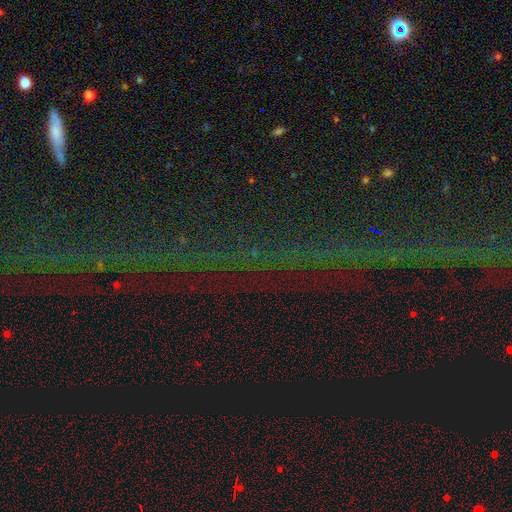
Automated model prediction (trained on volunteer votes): A star or artifact, not a galaxy (77%).